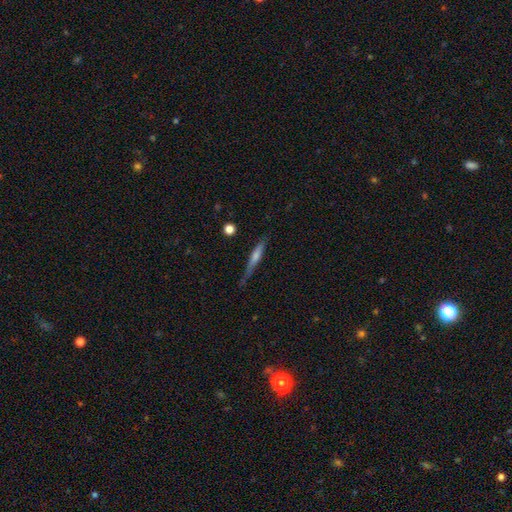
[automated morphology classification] A featured or disk galaxy (61%) viewed edge-on (96%) with a rounded central bulge (57%). Merging: none (79%).